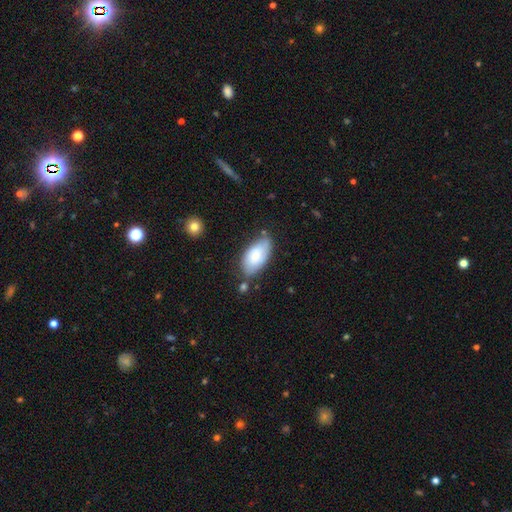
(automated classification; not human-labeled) A smooth galaxy with no disk features (70%) that is in between round and cigar-shaped (94%).

Vote fractions:
- Smooth or featured? smooth: 70% / featured or disk: 24% / star or artifact: 6%
- How rounded? in between: 94% / cigar-shaped: 3% / round: 3%
- Merging? none: 65% / minor disturbance: 24% / merger: 6% / major disturbance: 5%